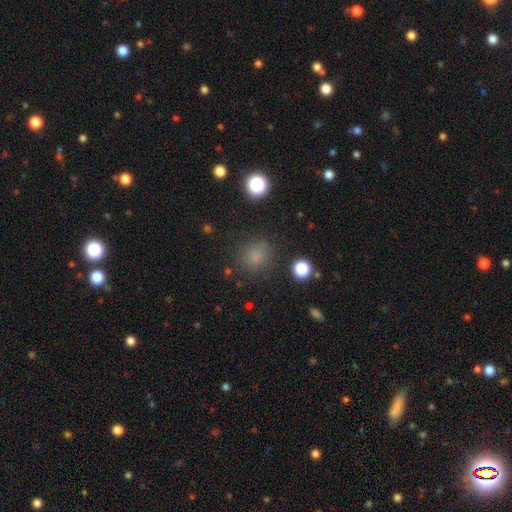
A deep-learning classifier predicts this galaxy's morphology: Q: Smooth or featured?
A: smooth (77%); runner-up: star or artifact (17%)
Q: How rounded?
A: round (81%); runner-up: in between (18%)
Q: Merging?
A: none (83%); runner-up: minor disturbance (11%)